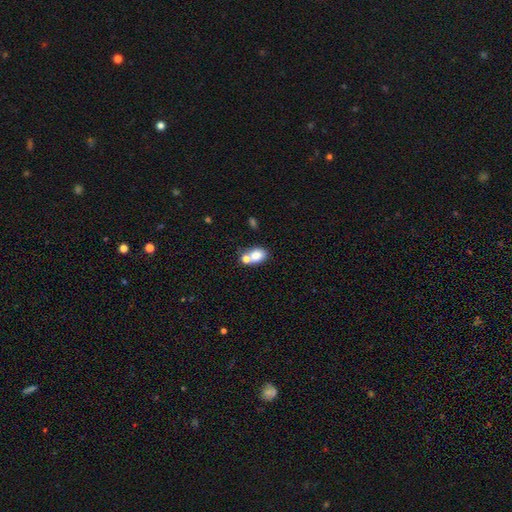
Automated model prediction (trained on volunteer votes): The model was most divided on "merging": merger: 43%, none: 42%, minor disturbance: 11%, major disturbance: 4%. More confident: smooth or featured — smooth (79%); how rounded — in between (73%).